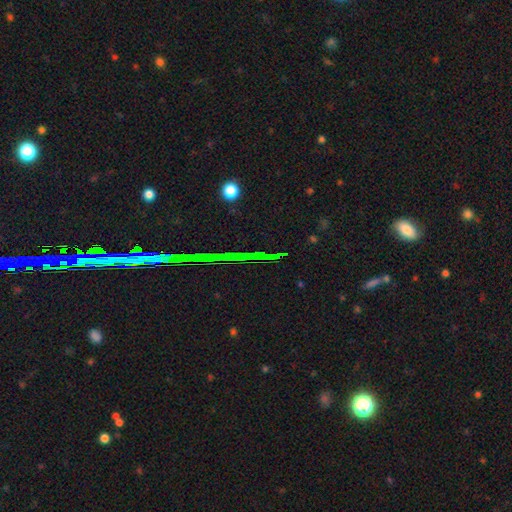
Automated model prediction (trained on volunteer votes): A star or artifact, not a galaxy (78%).

Vote fractions:
- Smooth or featured? star or artifact: 78% / featured or disk: 11% / smooth: 11%